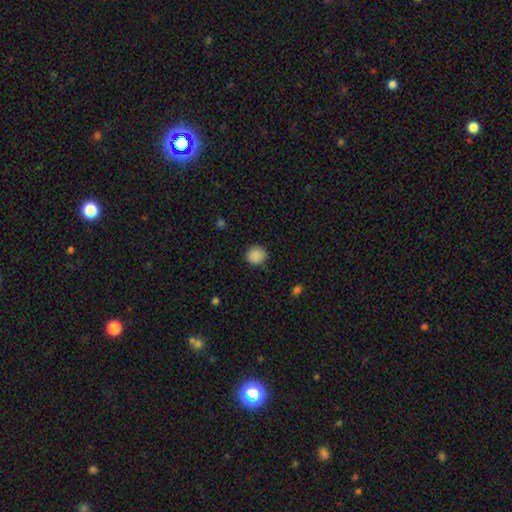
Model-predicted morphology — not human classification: A smooth galaxy with no disk features (88%) that is round (85%).

Vote fractions:
- Smooth or featured? smooth: 88% / star or artifact: 9% / featured or disk: 4%
- How rounded? round: 85% / in between: 14% / cigar-shaped: 1%
- Merging? none: 84% / minor disturbance: 12% / major disturbance: 3% / merger: 1%